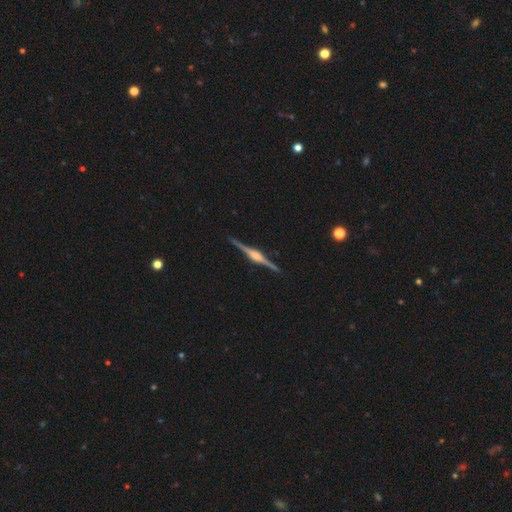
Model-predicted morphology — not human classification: Overall: featured or disk (89%). Edge-on disk: yes (99%). Edge-on bulge: rounded (80%). Merging: none (92%).